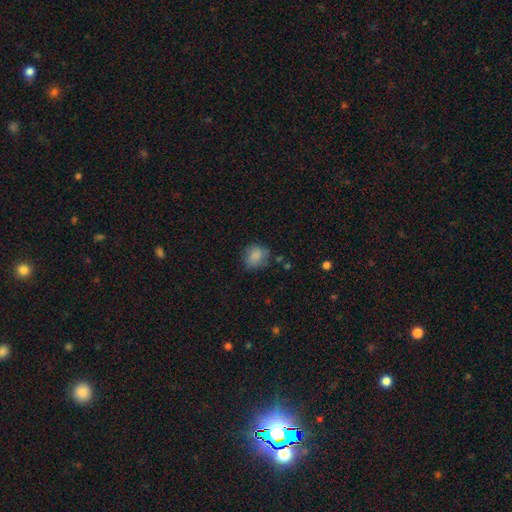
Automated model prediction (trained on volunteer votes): Overall: smooth (84%). How rounded: round (71%). Merging: none (71%).